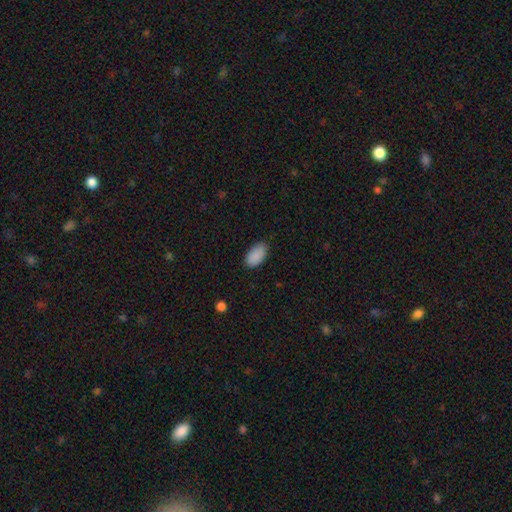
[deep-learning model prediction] This appears to be a smooth galaxy with no disk features (90%) that is in between round and cigar-shaped (95%). Merging: none (81%).